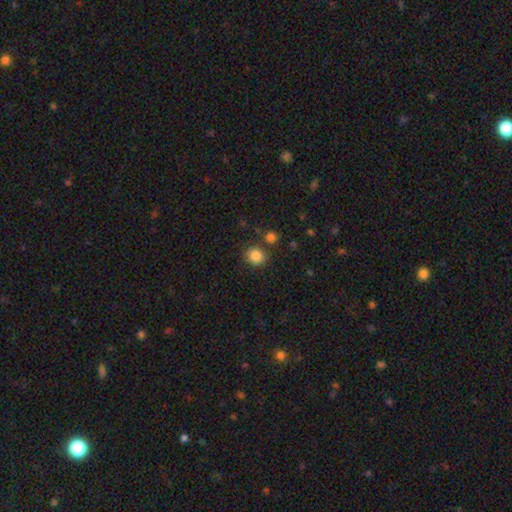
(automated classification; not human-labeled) A smooth galaxy with no disk features (85%) that is round (83%).

Vote fractions:
- Smooth or featured? smooth: 85% / star or artifact: 11% / featured or disk: 4%
- How rounded? round: 83% / in between: 16% / cigar-shaped: 1%
- Merging? none: 81% / minor disturbance: 9% / merger: 8% / major disturbance: 3%